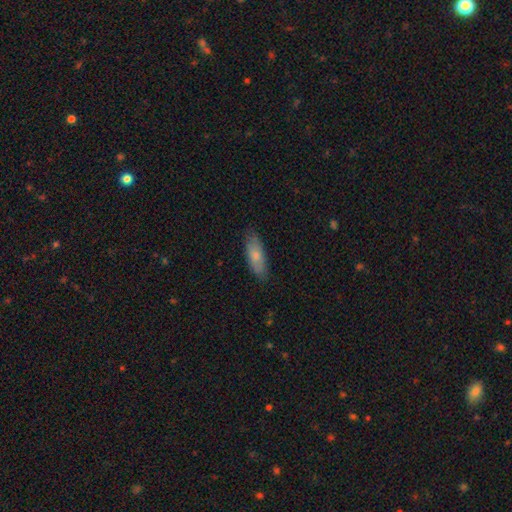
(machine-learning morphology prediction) Smooth or featured? smooth (75%)
How rounded? in between (64%)
Merging? none (81%)